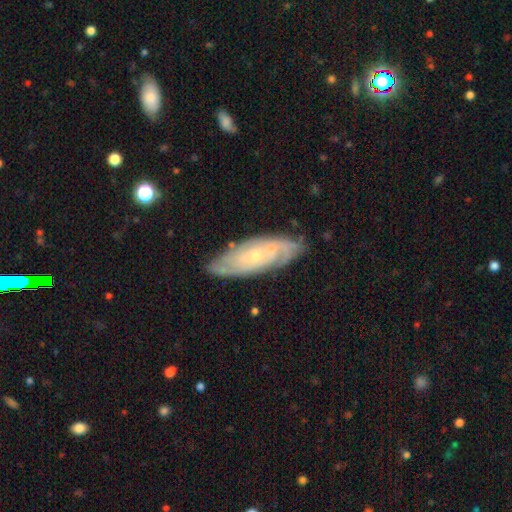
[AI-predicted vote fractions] Smooth or featured?
  - featured or disk: 77% *
  - smooth: 17%
  - star or artifact: 6%
Edge-on disk?
  - no: 85% *
  - yes: 15%
Bar?
  - no: 70% *
  - weak: 24%
  - strong: 5%
Spiral arms?
  - yes: 91% *
  - no: 9%
Spiral winding?
  - tight: 63% *
  - medium: 29%
  - loose: 8%
Spiral arm count?
  - can't tell: 44% *
  - 2: 26%
  - 3: 14%
  - 4: 8%
  - more than 4: 4%
  - 1: 4%
Bulge size?
  - small: 78% *
  - moderate: 18%
  - none: 2%
  - large: 1%
  - dominant: 1%
Merging?
  - none: 79% *
  - minor disturbance: 16%
  - major disturbance: 3%
  - merger: 2%